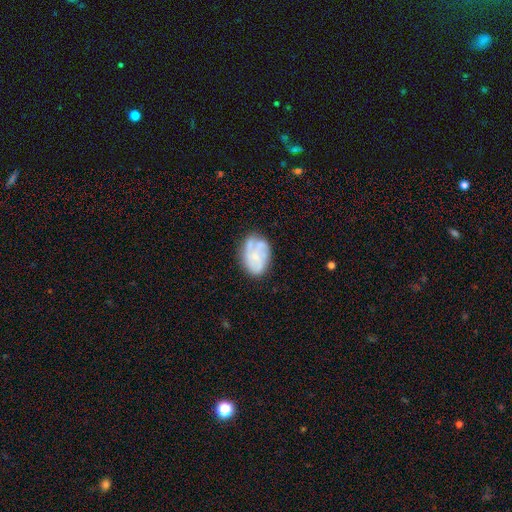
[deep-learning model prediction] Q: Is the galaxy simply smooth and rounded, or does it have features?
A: featured or disk — 56%.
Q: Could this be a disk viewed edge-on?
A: no — 98%.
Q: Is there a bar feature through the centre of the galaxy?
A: no — 79%.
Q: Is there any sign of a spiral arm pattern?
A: yes — 67%.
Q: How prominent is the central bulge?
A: small — 49%.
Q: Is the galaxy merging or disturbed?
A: none — 57%.